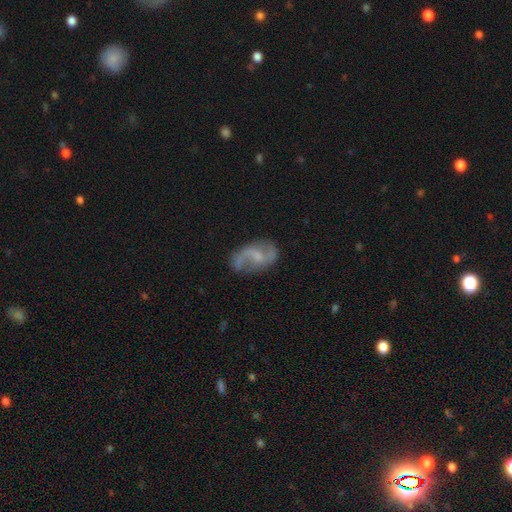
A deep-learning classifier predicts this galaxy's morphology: This appears to be a featured or disk galaxy (80%) with a weak bar (50%), 2 (89%) loose (62%) spiral arms (93%) and a small central bulge (38%). Merging: none (71%).